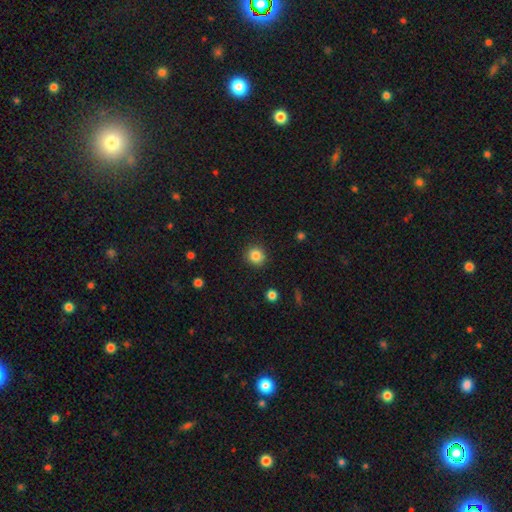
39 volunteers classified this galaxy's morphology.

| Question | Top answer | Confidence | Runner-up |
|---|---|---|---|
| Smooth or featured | smooth | 87% | featured or disk (8%) |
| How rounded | round | 94% | in between (6%) |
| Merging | none | 92% | minor disturbance (8%) |